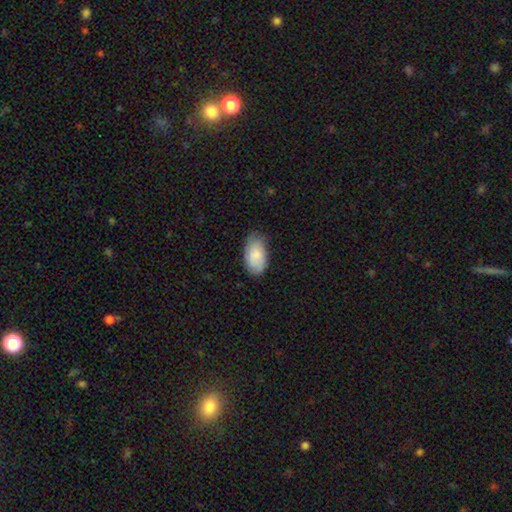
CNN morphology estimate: This appears to be a smooth galaxy with no disk features (83%) that is in between round and cigar-shaped (95%). Merging: none (73%).